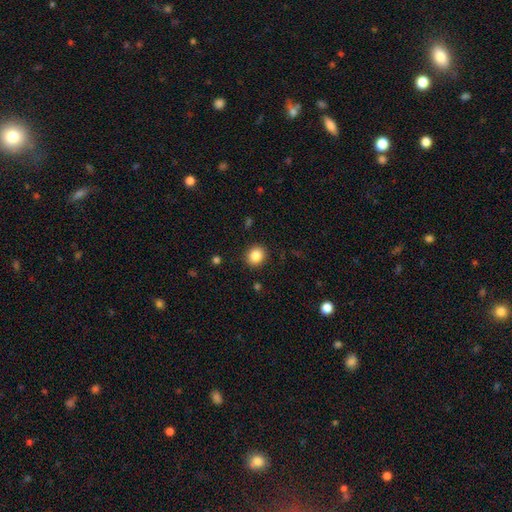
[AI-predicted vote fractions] A smooth galaxy with no disk features (85%) that is round (77%). Merging: none (90%).